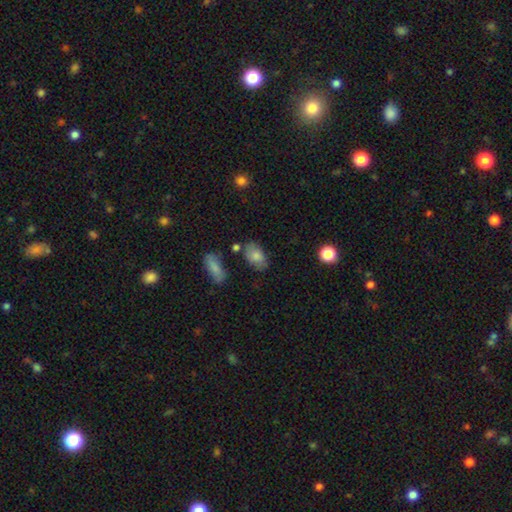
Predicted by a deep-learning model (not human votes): A smooth galaxy with no disk features (78%) that is in between round and cigar-shaped (90%).

Vote fractions:
- Smooth or featured? smooth: 78% / featured or disk: 14% / star or artifact: 8%
- How rounded? in between: 90% / round: 8% / cigar-shaped: 2%
- Merging? none: 67% / minor disturbance: 21% / merger: 7% / major disturbance: 6%